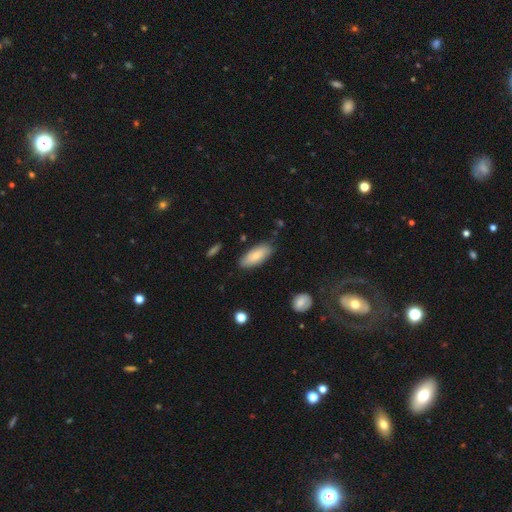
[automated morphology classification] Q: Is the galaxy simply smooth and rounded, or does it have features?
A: smooth — 75%.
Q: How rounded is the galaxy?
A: in between — 81%.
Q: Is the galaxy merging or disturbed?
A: none — 80%.